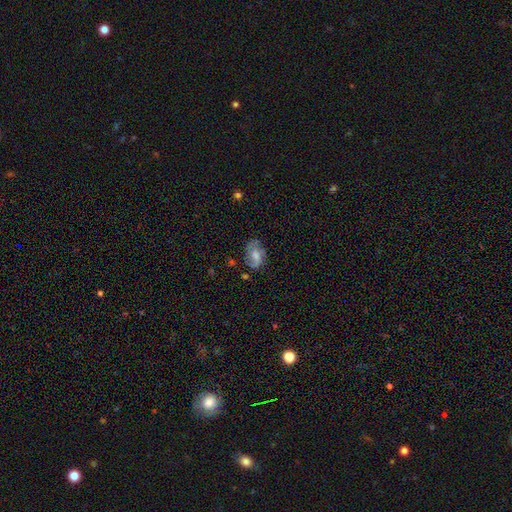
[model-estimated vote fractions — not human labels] Morphology: type=featured or disk (55%); edge-on=no (96%); bar=no (48%); spiral arms=yes (81%); bulge=moderate (40%); merging=none (57%).